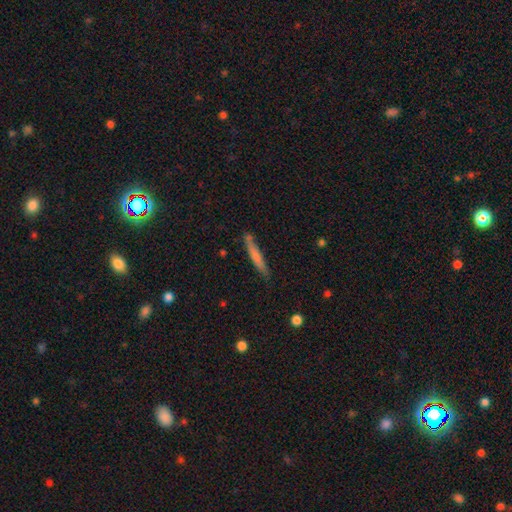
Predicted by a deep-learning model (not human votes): This is likely a smooth galaxy (62%). How rounded: clearly cigar-shaped (95%). Merging: clearly none (82%).